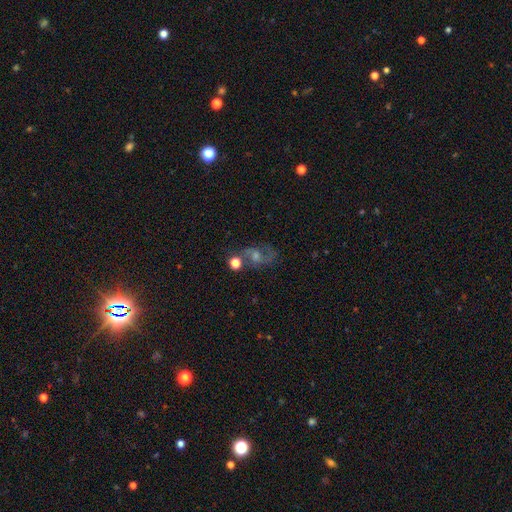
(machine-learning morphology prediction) Smooth or featured: featured or disk — 61% (star or artifact — 20%)
Edge-on disk: no — 96% (yes — 4%)
Bar: no — 57% (weak — 35%)
Spiral arms: yes — 85% (no — 15%)
Spiral winding: medium — 47% (loose — 38%)
Spiral arm count: 2 — 81% (can't tell — 8%)
Bulge size: moderate — 52% (small — 34%)
Merging: none — 61% (minor disturbance — 16%)